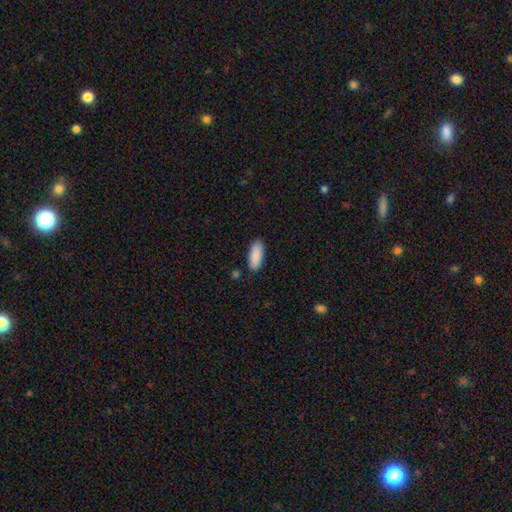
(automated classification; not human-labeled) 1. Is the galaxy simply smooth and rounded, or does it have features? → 90% smooth, 6% star or artifact, 4% featured or disk.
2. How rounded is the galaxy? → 80% in between, 18% cigar-shaped, 2% round.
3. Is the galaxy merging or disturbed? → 86% none, 10% minor disturbance, 2% major disturbance, 2% merger.